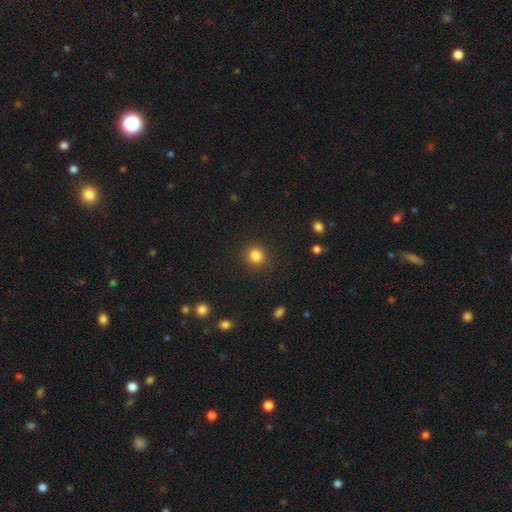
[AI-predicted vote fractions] Overall: smooth (84%). How rounded: round (90%). Merging: none (90%).